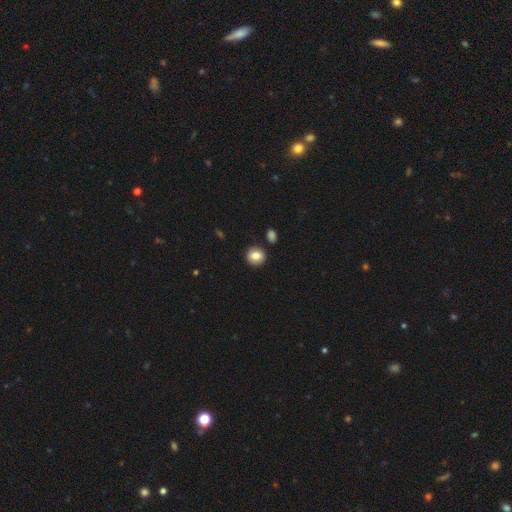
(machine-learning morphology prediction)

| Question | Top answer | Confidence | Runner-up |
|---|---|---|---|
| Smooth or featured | smooth | 84% | star or artifact (9%) |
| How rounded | round | 84% | in between (15%) |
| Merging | none | 86% | minor disturbance (8%) |